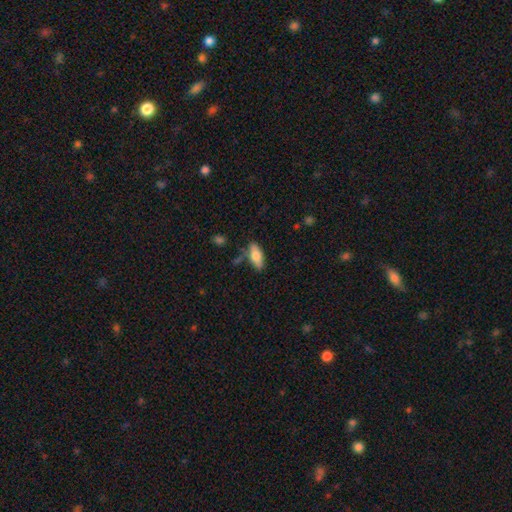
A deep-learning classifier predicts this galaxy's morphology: smooth_or_featured: smooth (p=0.76) [alt: featured or disk p=0.18]
how_rounded: in between (p=0.82) [alt: cigar-shaped p=0.15]
merging: none (p=0.75) [alt: minor disturbance p=0.16]